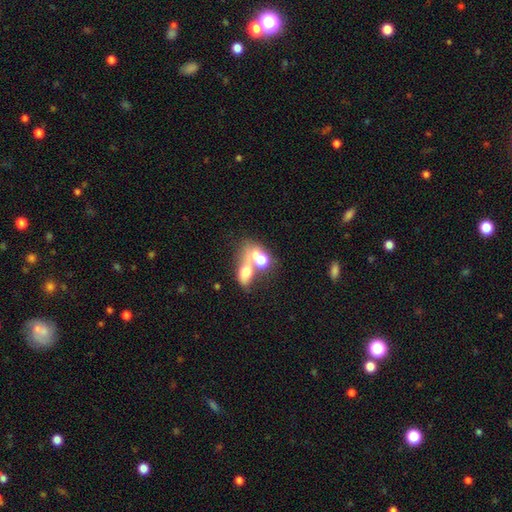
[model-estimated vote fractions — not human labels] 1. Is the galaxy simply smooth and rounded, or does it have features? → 58% smooth, 27% featured or disk, 16% star or artifact.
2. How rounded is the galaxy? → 64% in between, 34% round, 3% cigar-shaped.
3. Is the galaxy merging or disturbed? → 65% merger, 20% none, 9% major disturbance, 7% minor disturbance.